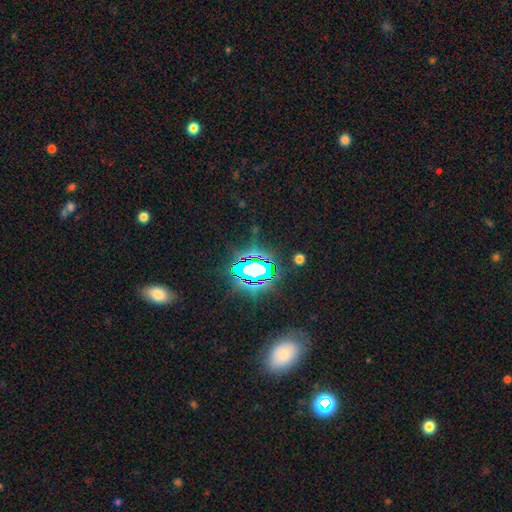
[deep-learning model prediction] Smooth or featured? Predicted: star or artifact (p=0.75).